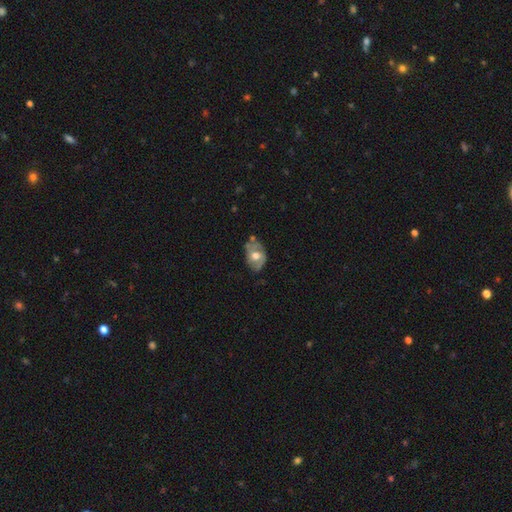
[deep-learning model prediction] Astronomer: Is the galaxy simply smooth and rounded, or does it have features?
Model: featured or disk — 54% (runner-up: smooth, 39%).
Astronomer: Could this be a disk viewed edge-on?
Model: no — 95%.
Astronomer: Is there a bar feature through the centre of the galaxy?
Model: no — 71%.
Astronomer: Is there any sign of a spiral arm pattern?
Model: yes — 53% (runner-up: no, 47%).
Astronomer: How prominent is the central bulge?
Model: moderate — 72%.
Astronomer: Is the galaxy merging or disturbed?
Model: none — 52% (runner-up: minor disturbance, 31%).